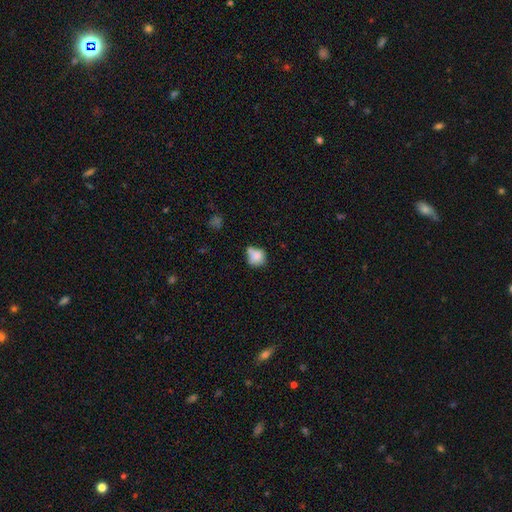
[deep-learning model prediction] Q: Smooth or featured?
A: smooth (78%); runner-up: featured or disk (13%)
Q: How rounded?
A: round (78%); runner-up: in between (21%)
Q: Merging?
A: none (43%); runner-up: merger (25%)